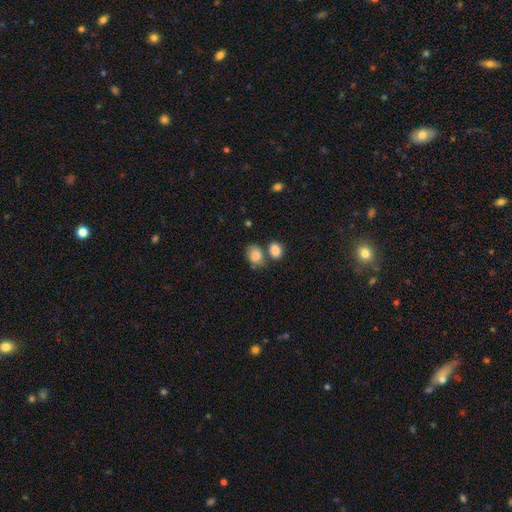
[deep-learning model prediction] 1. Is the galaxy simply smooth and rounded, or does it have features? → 84% smooth, 8% star or artifact, 8% featured or disk.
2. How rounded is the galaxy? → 63% in between, 36% round, 1% cigar-shaped.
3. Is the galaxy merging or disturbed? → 44% none, 35% merger, 16% minor disturbance, 6% major disturbance.